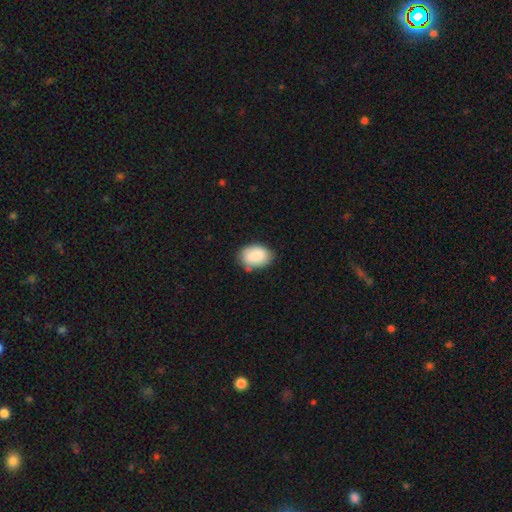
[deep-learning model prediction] smooth-or-featured: smooth: 84% | featured or disk: 9% | star or artifact: 6%
  how-rounded: in between: 82% | round: 17% | cigar-shaped: 1%
  merging: none: 75% | minor disturbance: 20% | major disturbance: 3% | merger: 2%